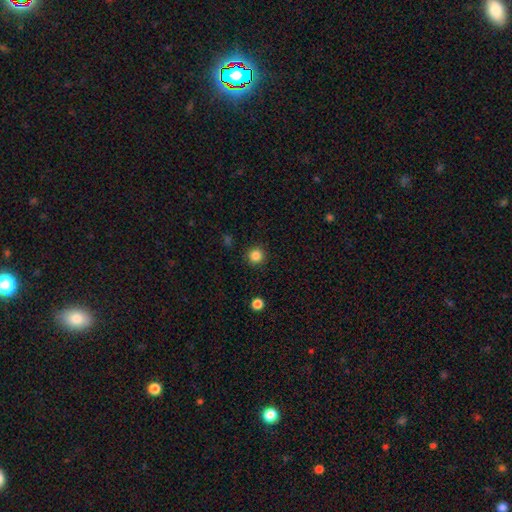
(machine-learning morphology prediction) Smooth or featured: smooth — 84% (star or artifact — 12%)
How rounded: round — 95% (in between — 4%)
Merging: none — 91% (minor disturbance — 5%)